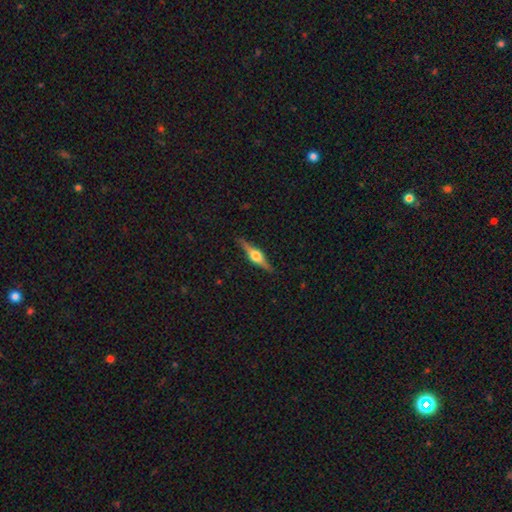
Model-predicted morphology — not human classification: featured or disk 79%, smooth 15%, star or artifact 6%. Down the decision tree: edge-on disk — yes (98%); edge-on bulge — rounded (94%); merging — none (90%).